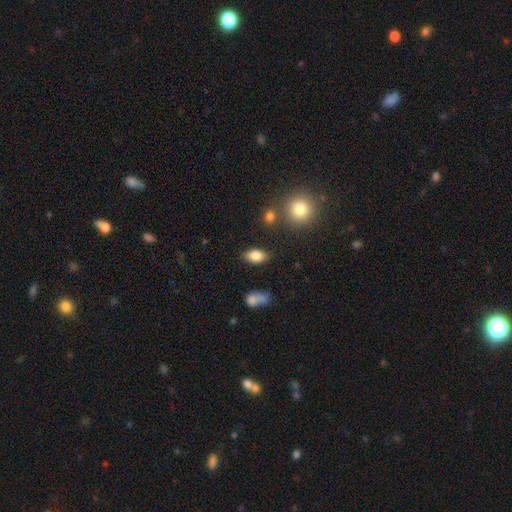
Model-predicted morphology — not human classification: Smooth or featured: smooth — 83% (star or artifact — 9%)
How rounded: in between — 89% (round — 9%)
Merging: none — 81% (minor disturbance — 12%)